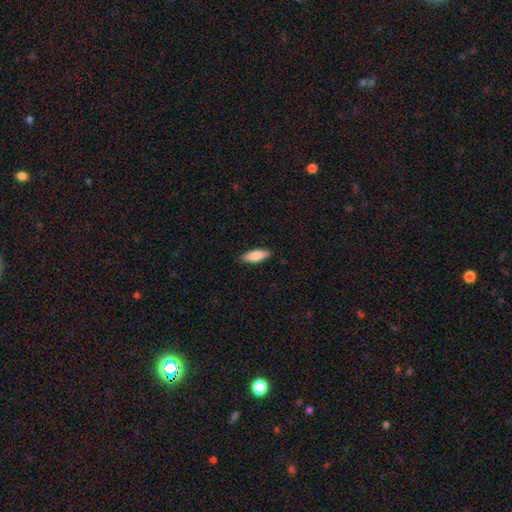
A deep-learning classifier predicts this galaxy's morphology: This appears to be a smooth galaxy with no disk features (82%) that is in between round and cigar-shaped (62%). Merging: none (87%).